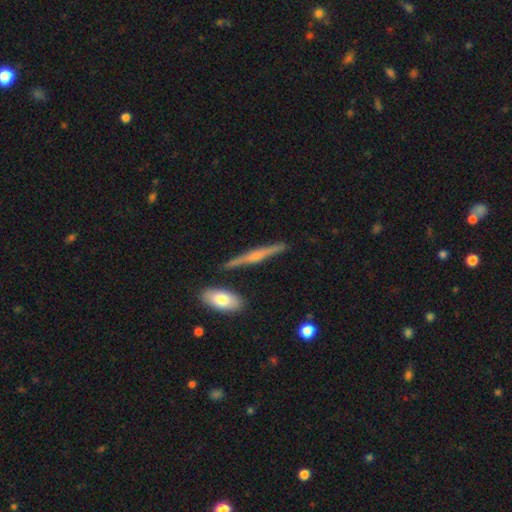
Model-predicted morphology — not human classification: Smooth or featured? featured or disk (67%)
Edge-on disk? yes (97%)
Edge-on bulge? rounded (76%)
Merging? none (86%)